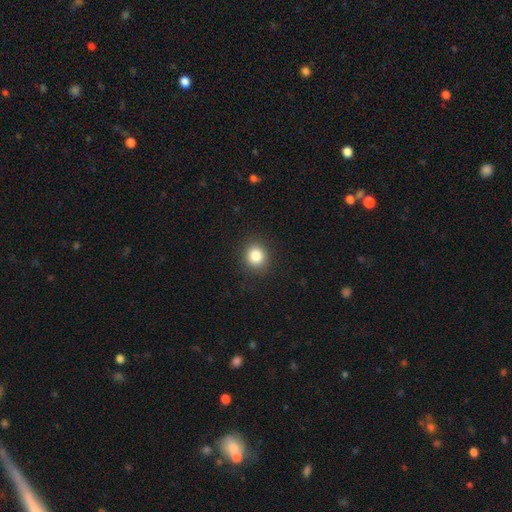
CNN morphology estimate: A smooth galaxy with no disk features (84%) that is round (82%).

Vote fractions:
- Smooth or featured? smooth: 84% / star or artifact: 11% / featured or disk: 5%
- How rounded? round: 82% / in between: 17% / cigar-shaped: 1%
- Merging? none: 90% / minor disturbance: 7% / major disturbance: 2% / merger: 1%